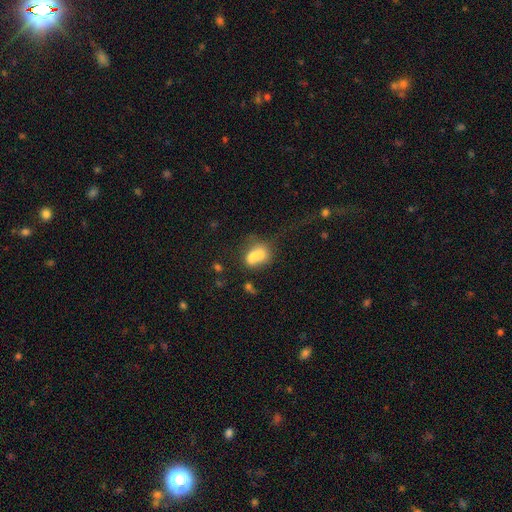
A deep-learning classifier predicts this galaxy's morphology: Overall: smooth (66%). How rounded: in between (58%; round 41%). Merging: merger (62%).